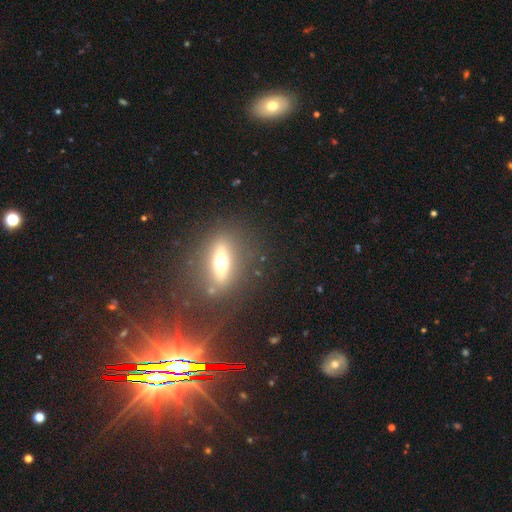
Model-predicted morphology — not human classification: A featured or disk galaxy (45%). Merging: none (78%).